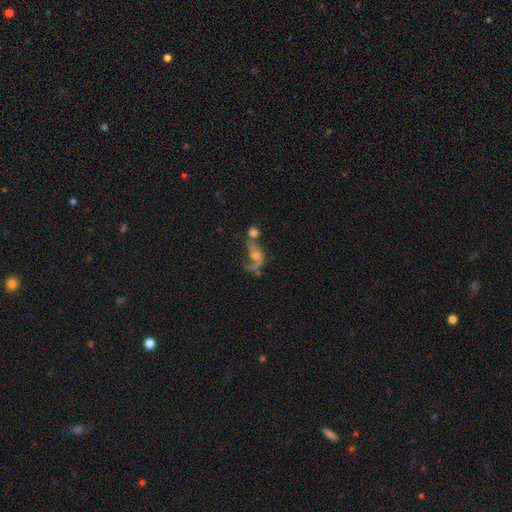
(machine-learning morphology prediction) Smooth or featured? Predicted: featured or disk (p=0.71). Edge-on disk? Predicted: no (p=0.95). Bar? Predicted: no (p=0.66). Spiral arms? Predicted: yes (p=0.83). Spiral winding? Predicted: loose (p=0.69). Spiral arm count? Predicted: 2 (p=0.52). Bulge size? Predicted: moderate (p=0.49). Merging? Predicted: merger (p=0.38).